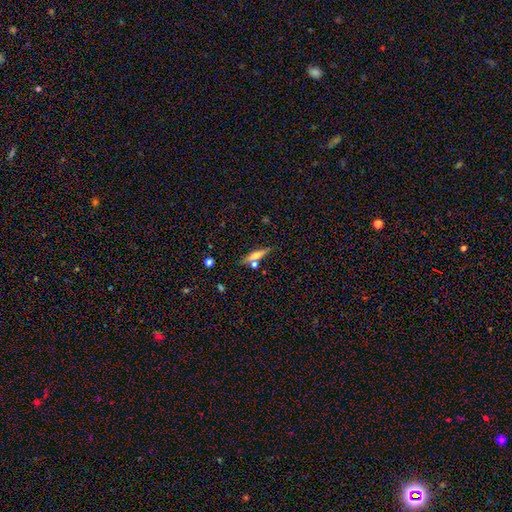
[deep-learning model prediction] Smooth or featured? smooth (47%)
Merging? none (73%)